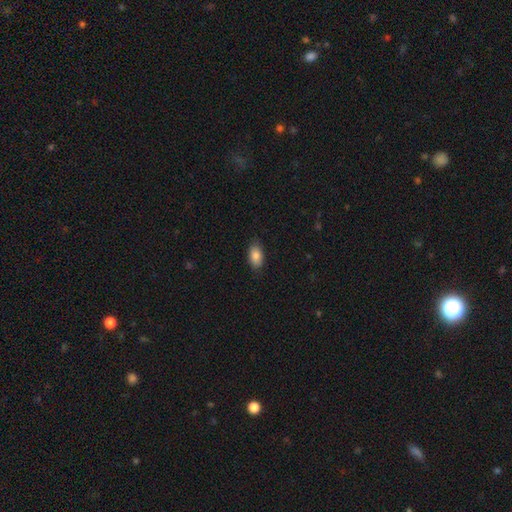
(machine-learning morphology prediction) Smooth or featured? smooth (84%)
How rounded? in between (91%)
Merging? none (83%)